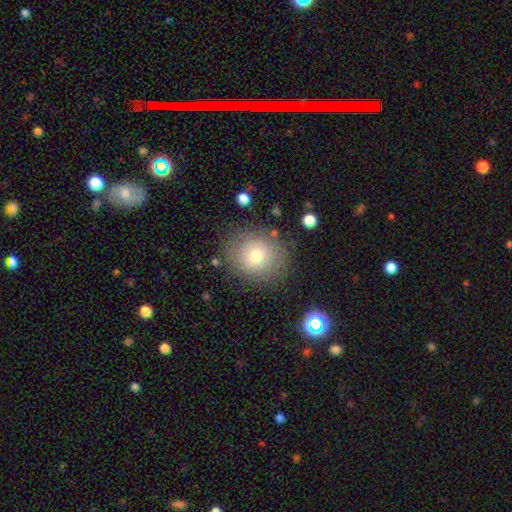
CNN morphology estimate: smooth-or-featured: smooth: 73% | featured or disk: 16% | star or artifact: 11%
  how-rounded: round: 76% | in between: 23% | cigar-shaped: 1%
  merging: none: 81% | minor disturbance: 12% | major disturbance: 5% | merger: 2%